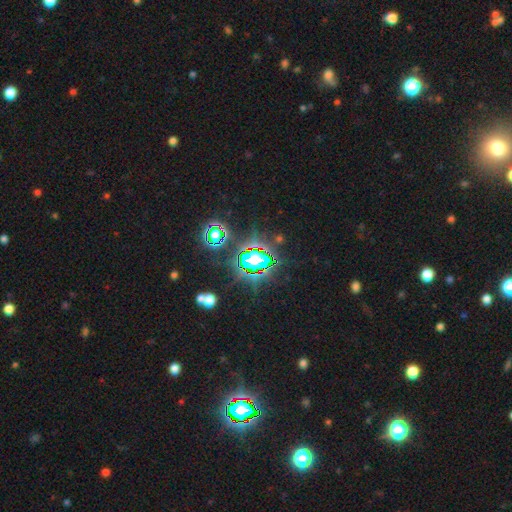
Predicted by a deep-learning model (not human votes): smooth_or_featured: star or artifact (p=0.73) [alt: smooth p=0.16]